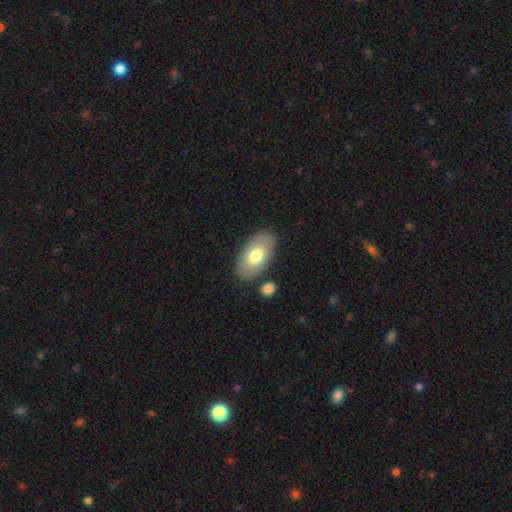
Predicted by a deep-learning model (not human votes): Smooth or featured: smooth — 68% (featured or disk — 26%)
How rounded: in between — 94% (round — 3%)
Merging: none — 79% (minor disturbance — 12%)